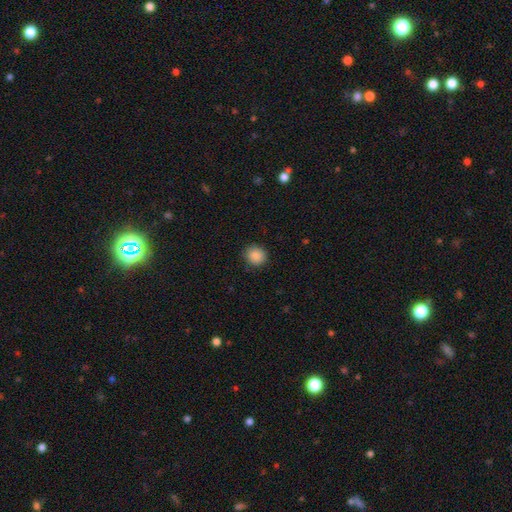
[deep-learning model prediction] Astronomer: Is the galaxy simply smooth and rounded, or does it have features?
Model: smooth — 88%.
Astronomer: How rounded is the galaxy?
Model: round — 84%.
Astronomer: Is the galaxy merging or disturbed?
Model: none — 88%.